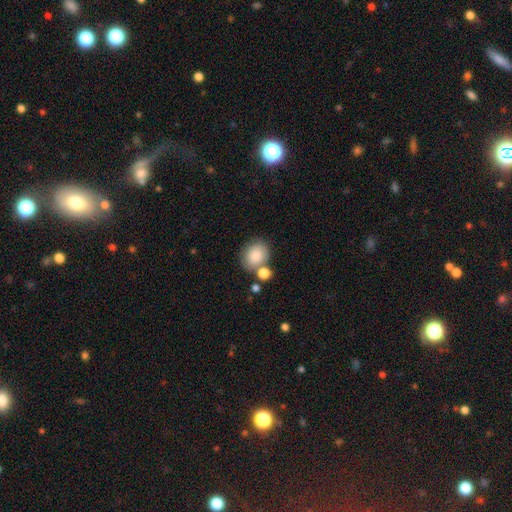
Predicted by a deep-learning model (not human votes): This is clearly a smooth galaxy (85%). How rounded: possibly round (56%). Merging: likely none (63%).